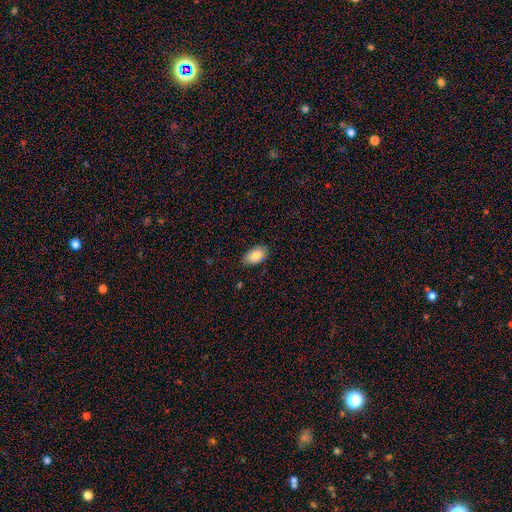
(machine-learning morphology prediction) Smooth or featured?
  - smooth: 87% *
  - star or artifact: 7%
  - featured or disk: 6%
How rounded?
  - in between: 91% *
  - round: 7%
  - cigar-shaped: 1%
Merging?
  - none: 83% *
  - minor disturbance: 14%
  - major disturbance: 2%
  - merger: 1%